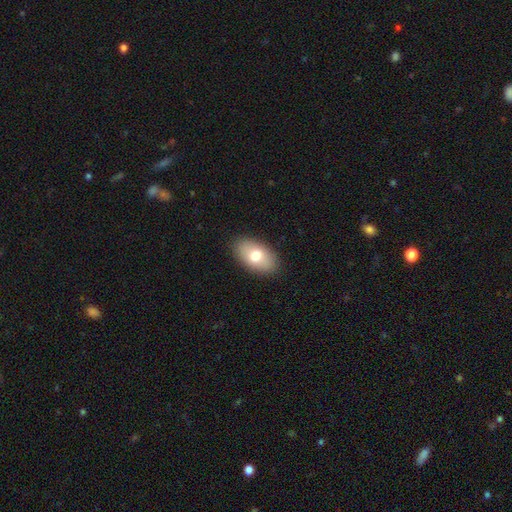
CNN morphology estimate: Q: Smooth or featured?
A: smooth (75%); runner-up: featured or disk (18%)
Q: How rounded?
A: in between (93%); runner-up: round (6%)
Q: Merging?
A: none (88%); runner-up: minor disturbance (9%)